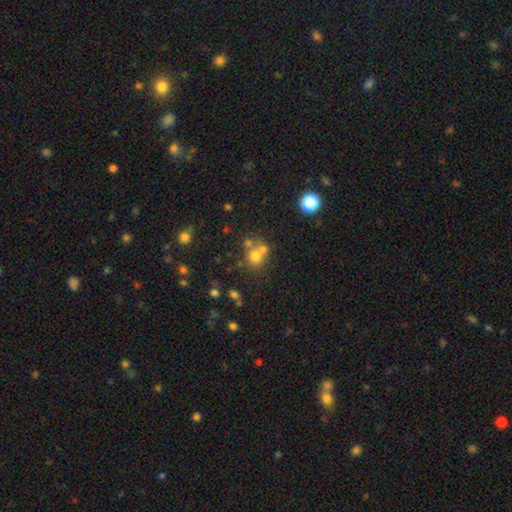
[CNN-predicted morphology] This appears to be a smooth galaxy with no disk features (66%) that is round (81%). Merging: none (45%).